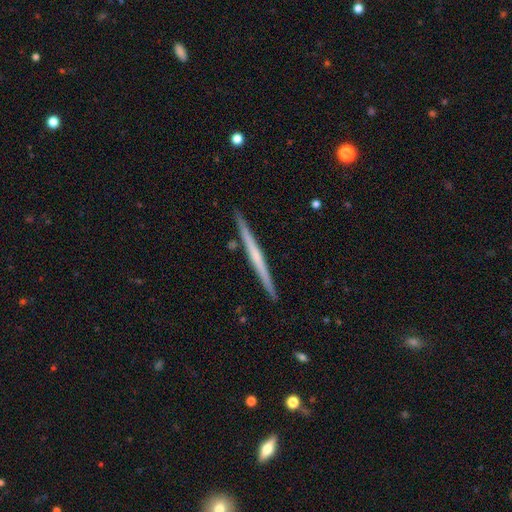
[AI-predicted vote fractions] A featured or disk galaxy (63%) viewed edge-on (98%) with no central bulge (71%). Merging: none (91%).